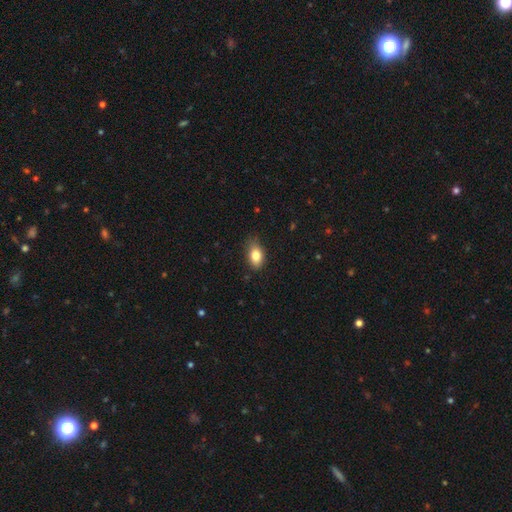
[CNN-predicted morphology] smooth-or-featured: smooth: 82% | featured or disk: 10% | star or artifact: 9%
  how-rounded: in between: 87% | round: 10% | cigar-shaped: 3%
  merging: none: 76% | minor disturbance: 20% | major disturbance: 3% | merger: 1%